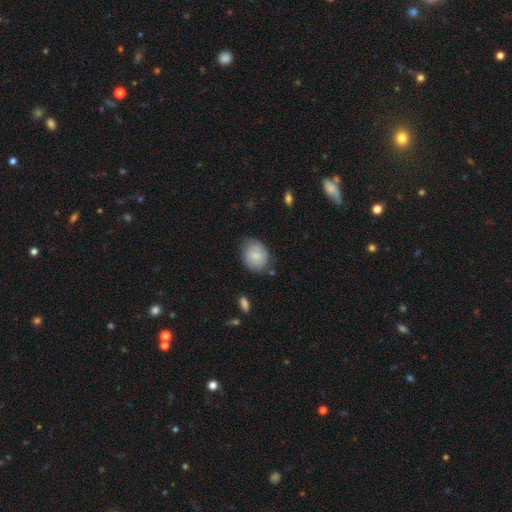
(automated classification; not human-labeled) Smooth or featured?
  - smooth: 63% *
  - featured or disk: 30%
  - star or artifact: 7%
How rounded?
  - round: 57% *
  - in between: 42%
  - cigar-shaped: 1%
Merging?
  - none: 67% *
  - minor disturbance: 25%
  - major disturbance: 6%
  - merger: 2%